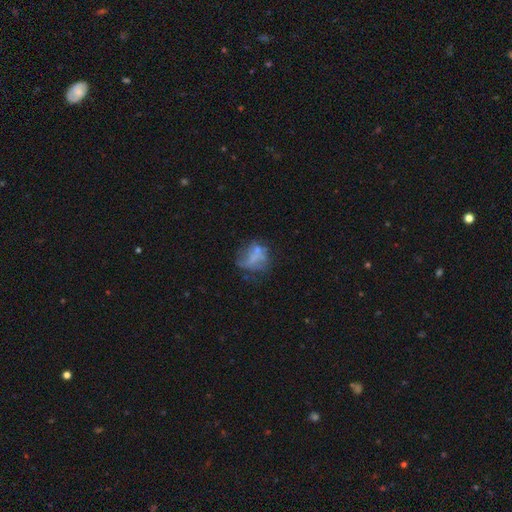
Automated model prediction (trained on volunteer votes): Smooth or featured? Predicted: featured or disk (p=0.42). Merging? Predicted: none (p=0.40).